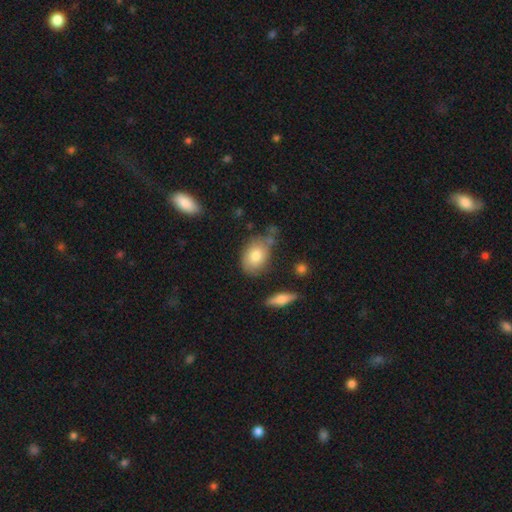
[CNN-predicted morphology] This appears to be a smooth galaxy with no disk features (78%) that is in between round and cigar-shaped (77%). Merging: none (61%).